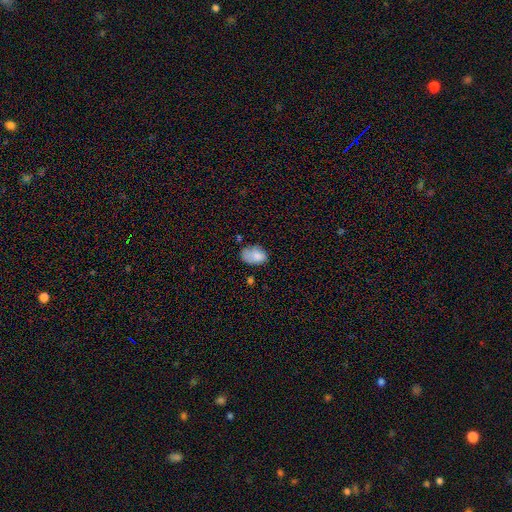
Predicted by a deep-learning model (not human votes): smooth 82%, featured or disk 10%, star or artifact 8%. Down the decision tree: how rounded — in between (83%); merging — none (51%).